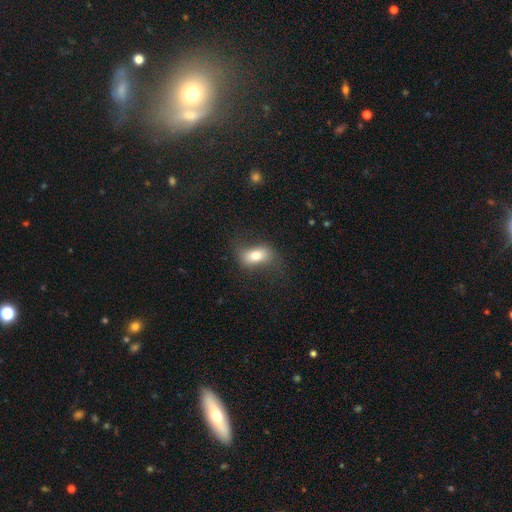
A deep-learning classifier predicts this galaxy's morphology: Smooth or featured?
  - smooth: 70% *
  - featured or disk: 22%
  - star or artifact: 8%
How rounded?
  - in between: 86% *
  - round: 8%
  - cigar-shaped: 6%
Merging?
  - none: 63% *
  - minor disturbance: 21%
  - major disturbance: 14%
  - merger: 2%